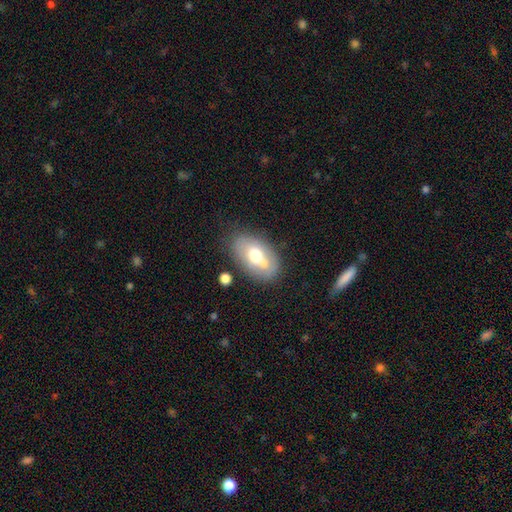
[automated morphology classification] Smooth or featured? Predicted: smooth (p=0.59). How rounded? Predicted: in between (p=0.89). Merging? Predicted: none (p=0.52).